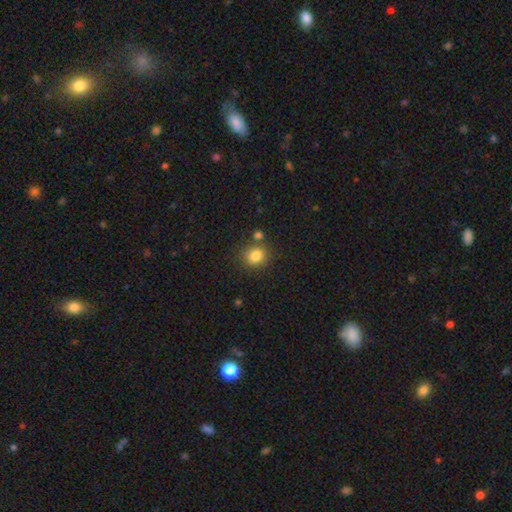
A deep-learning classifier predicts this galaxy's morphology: Smooth or featured: smooth — 82% (star or artifact — 11%)
How rounded: round — 75% (in between — 24%)
Merging: none — 75% (merger — 11%)